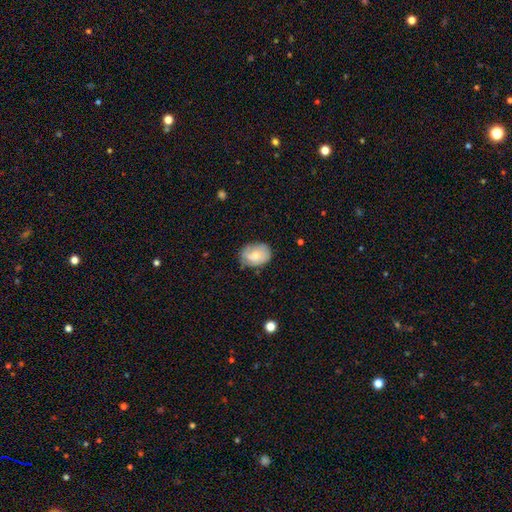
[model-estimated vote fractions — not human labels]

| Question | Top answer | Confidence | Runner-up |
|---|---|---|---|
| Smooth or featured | smooth | 67% | featured or disk (26%) |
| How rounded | in between | 67% | round (32%) |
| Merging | none | 67% | minor disturbance (26%) |